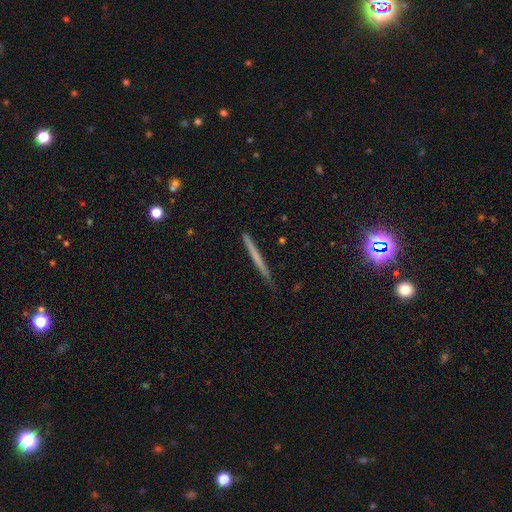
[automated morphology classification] Smooth or featured? smooth (51%)
How rounded? cigar-shaped (97%)
Merging? none (87%)